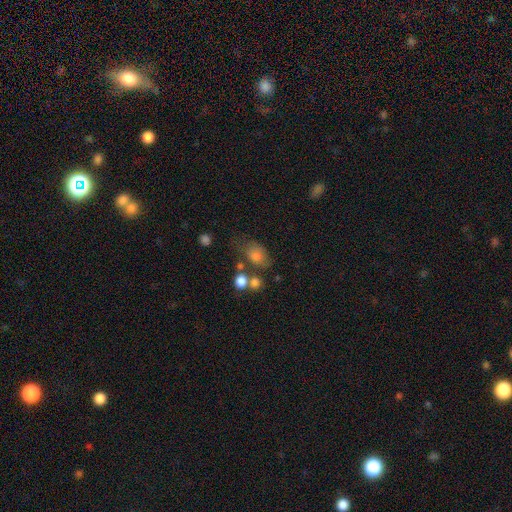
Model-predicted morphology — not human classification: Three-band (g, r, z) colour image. It shows a smooth galaxy with no disk features (72%) that is in between round and cigar-shaped (71%). Merging: none (50%).